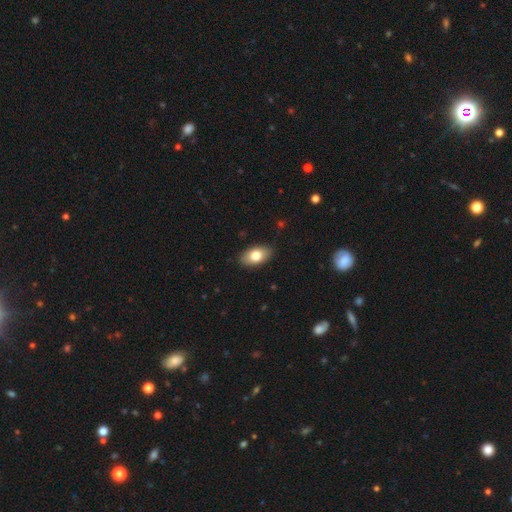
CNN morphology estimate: smooth-or-featured: smooth: 78% | featured or disk: 16% | star or artifact: 7%
  how-rounded: in between: 93% | round: 5% | cigar-shaped: 2%
  merging: none: 87% | minor disturbance: 10% | major disturbance: 2% | merger: 1%